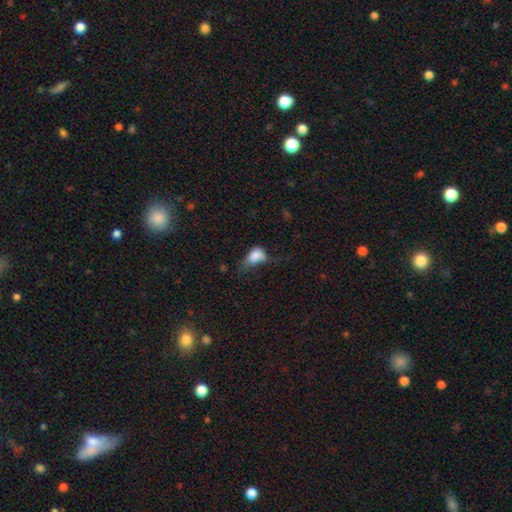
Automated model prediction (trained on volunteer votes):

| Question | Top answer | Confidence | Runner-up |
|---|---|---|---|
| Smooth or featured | smooth | 77% | featured or disk (14%) |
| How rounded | in between | 79% | round (19%) |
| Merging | major disturbance | 42% | minor disturbance (31%) |